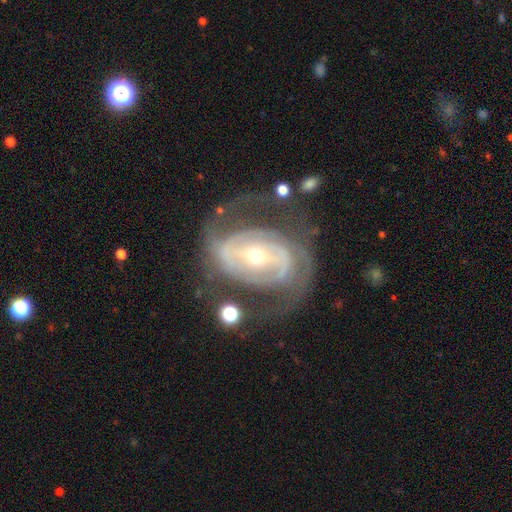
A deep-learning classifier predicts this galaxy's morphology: smooth-or-featured: featured or disk: 86% | smooth: 8% | star or artifact: 6%
  disk-edge-on: no: 96% | yes: 4%
    bar: strong: 37% | no: 32% | weak: 31%
    has-spiral-arms: yes: 89% | no: 11%
      spiral-winding: tight: 45% | medium: 40% | loose: 15%
      spiral-arm-count: 2: 73% | can't tell: 13% | 3: 6% | 1: 3% | 4: 2% | more than 4: 2%
    bulge-size: moderate: 49% | small: 46% | large: 3% | dominant: 1% | none: 1%
  merging: none: 61% | major disturbance: 18% | minor disturbance: 17% | merger: 5%